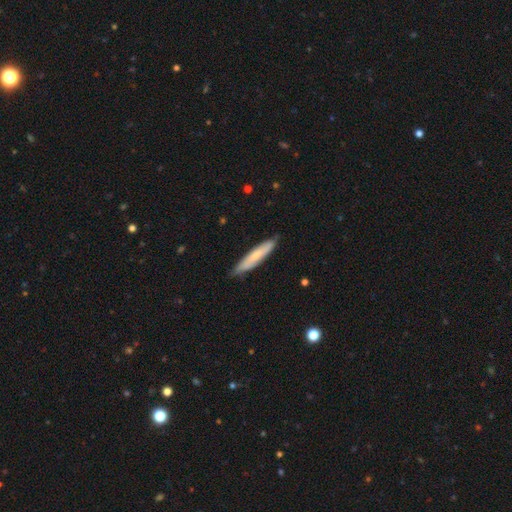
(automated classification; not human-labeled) Smooth or featured? Predicted: smooth (p=0.67). How rounded? Predicted: cigar-shaped (p=0.89). Merging? Predicted: none (p=0.83).